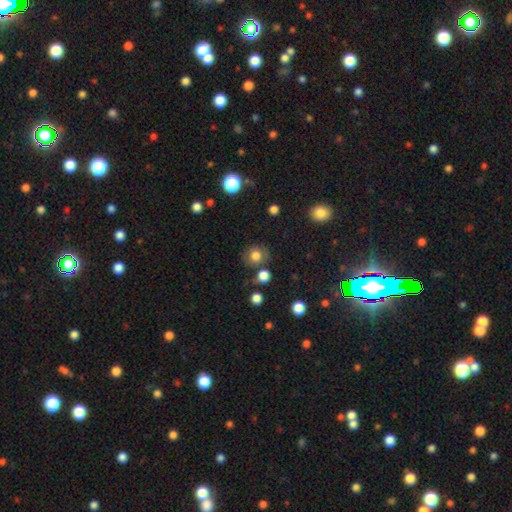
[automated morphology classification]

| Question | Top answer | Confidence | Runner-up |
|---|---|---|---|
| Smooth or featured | smooth | 77% | star or artifact (12%) |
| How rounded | round | 84% | in between (15%) |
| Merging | none | 70% | minor disturbance (15%) |